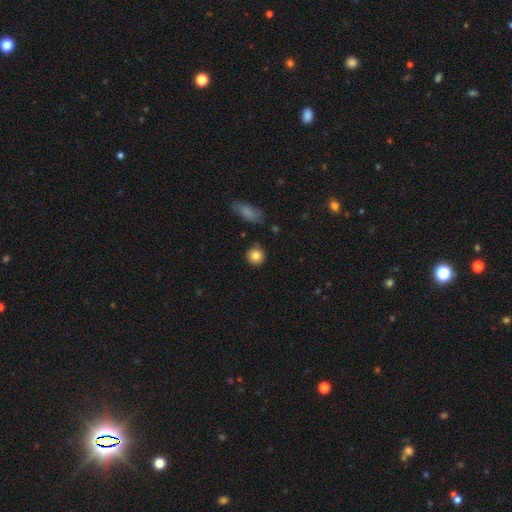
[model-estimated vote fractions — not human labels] Smooth or featured: smooth — 84% (star or artifact — 9%)
How rounded: round — 92% (in between — 7%)
Merging: none — 87% (minor disturbance — 8%)